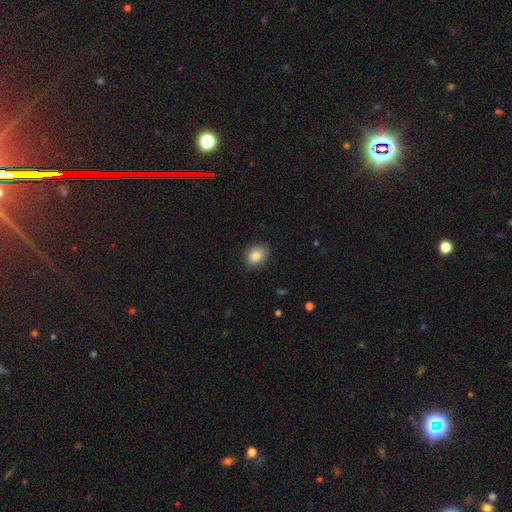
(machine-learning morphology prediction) Smooth or featured: smooth — 84% (star or artifact — 9%)
How rounded: in between — 58% (round — 41%)
Merging: none — 84% (minor disturbance — 12%)